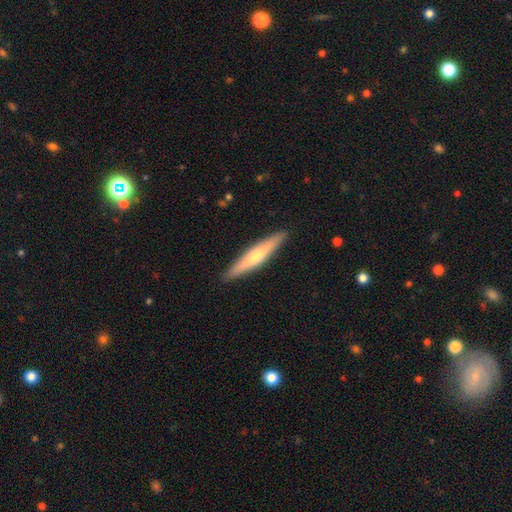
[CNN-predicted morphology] Smooth or featured? Predicted: featured or disk (p=0.49). Merging? Predicted: none (p=0.91).